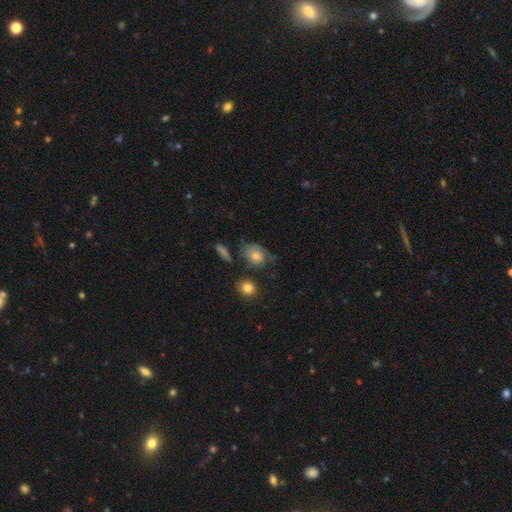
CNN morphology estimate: Smooth or featured?
  - smooth: 62% *
  - featured or disk: 29%
  - star or artifact: 9%
How rounded?
  - in between: 60% *
  - round: 38%
  - cigar-shaped: 2%
Merging?
  - none: 43% *
  - minor disturbance: 32%
  - major disturbance: 19%
  - merger: 7%